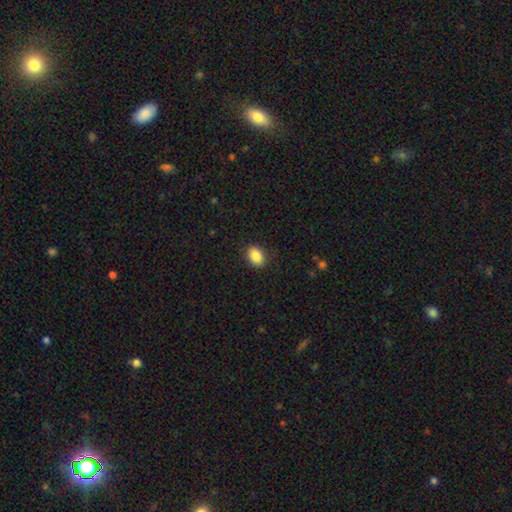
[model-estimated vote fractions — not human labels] Smooth or featured?
  - smooth: 87% *
  - star or artifact: 8%
  - featured or disk: 4%
How rounded?
  - in between: 74% *
  - round: 25%
  - cigar-shaped: 1%
Merging?
  - none: 89% *
  - minor disturbance: 8%
  - major disturbance: 2%
  - merger: 1%